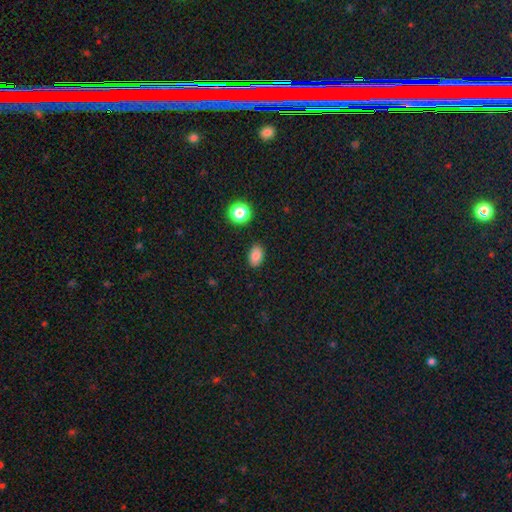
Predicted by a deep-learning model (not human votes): This is clearly a smooth galaxy (84%). How rounded: clearly in between (87%). Merging: clearly none (87%).